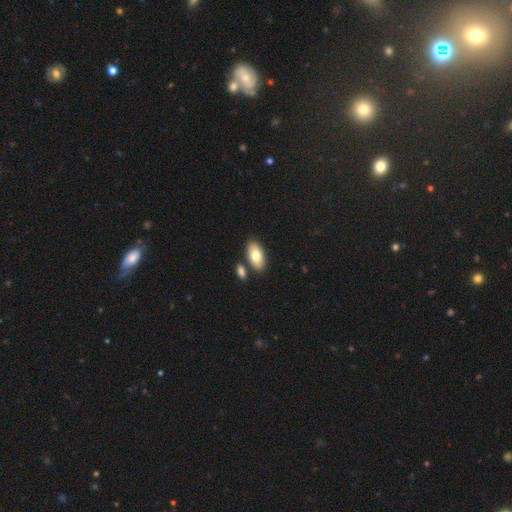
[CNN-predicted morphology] A smooth galaxy with no disk features (78%) that is in between round and cigar-shaped (94%).

Vote fractions:
- Smooth or featured? smooth: 78% / featured or disk: 16% / star or artifact: 6%
- How rounded? in between: 94% / cigar-shaped: 3% / round: 3%
- Merging? none: 76% / merger: 12% / minor disturbance: 9% / major disturbance: 2%